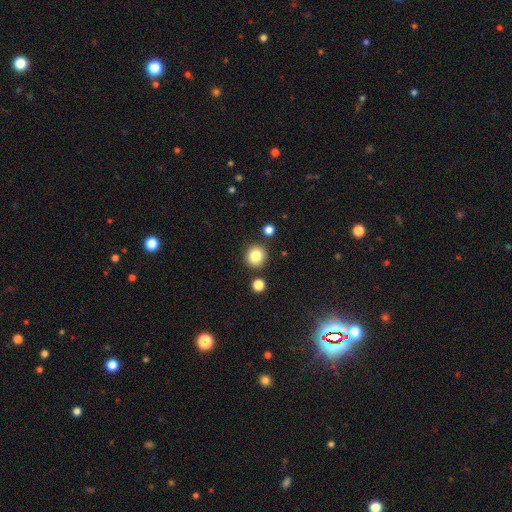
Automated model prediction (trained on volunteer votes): Smooth or featured? Predicted: smooth (p=0.83). How rounded? Predicted: round (p=0.91). Merging? Predicted: none (p=0.86).